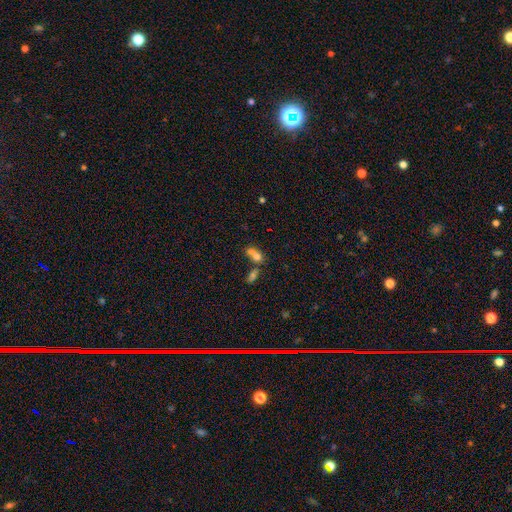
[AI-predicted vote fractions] Morphology: type=smooth (68%); roundness=in between (59%); merging=merger (66%).